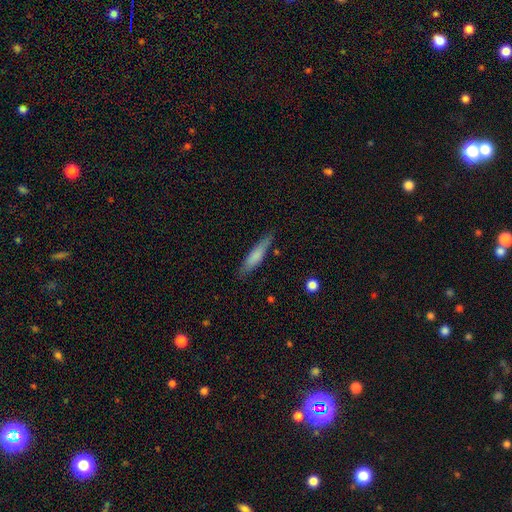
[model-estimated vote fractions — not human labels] Smooth or featured? Predicted: smooth (p=0.73). How rounded? Predicted: cigar-shaped (p=0.83). Merging? Predicted: none (p=0.80).